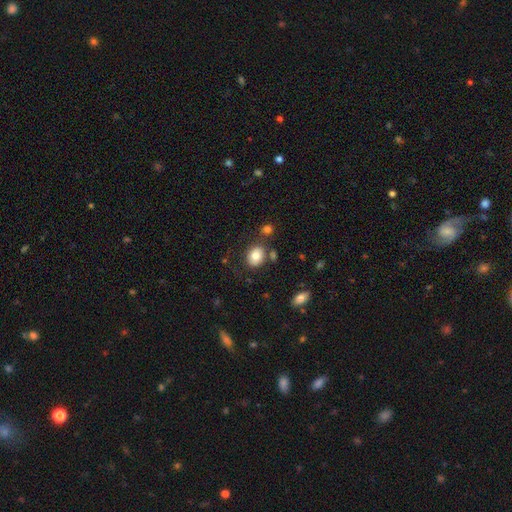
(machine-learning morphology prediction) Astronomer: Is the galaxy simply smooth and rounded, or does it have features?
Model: smooth — 81%.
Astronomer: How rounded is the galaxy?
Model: in between — 60% (runner-up: round, 39%).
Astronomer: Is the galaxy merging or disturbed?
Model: none — 75%.